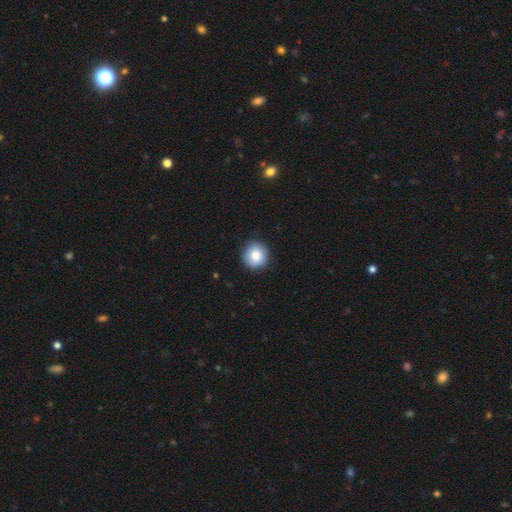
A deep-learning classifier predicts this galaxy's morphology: Smooth or featured: smooth — 84% (star or artifact — 8%)
How rounded: round — 93% (in between — 6%)
Merging: none — 90% (minor disturbance — 8%)